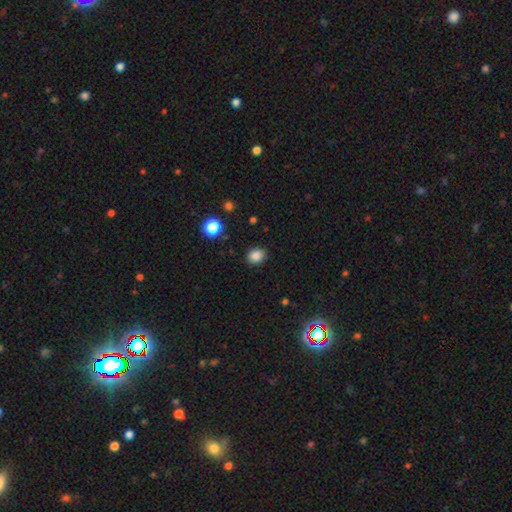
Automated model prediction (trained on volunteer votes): Q: Smooth or featured?
A: smooth (85%); runner-up: star or artifact (11%)
Q: How rounded?
A: round (64%); runner-up: in between (36%)
Q: Merging?
A: none (89%); runner-up: minor disturbance (7%)